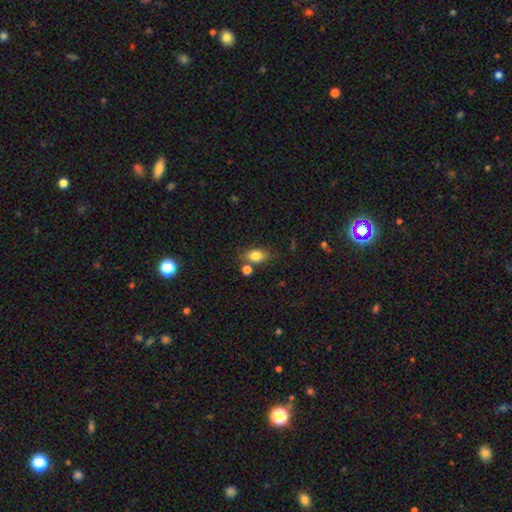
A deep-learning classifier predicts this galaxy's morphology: smooth_or_featured: smooth (p=0.82) [alt: star or artifact p=0.09]
how_rounded: in between (p=0.79) [alt: round p=0.19]
merging: none (p=0.67) [alt: minor disturbance p=0.15]